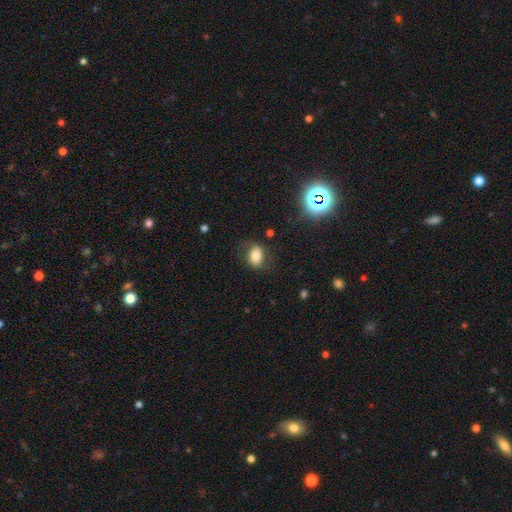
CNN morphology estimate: type=smooth (73%); roundness=in between (75%); merging=none (72%).